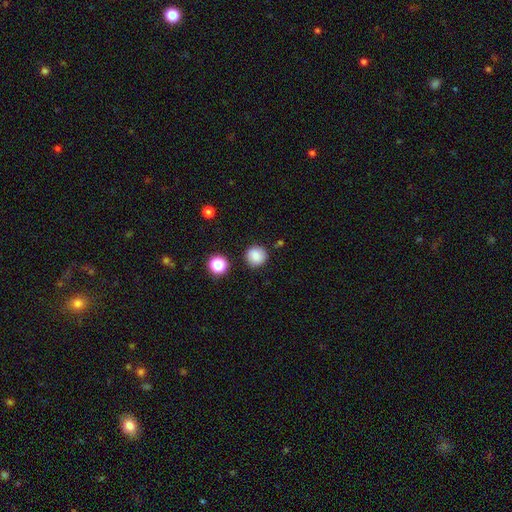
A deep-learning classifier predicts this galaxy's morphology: Smooth or featured? Predicted: smooth (p=0.83). How rounded? Predicted: round (p=0.94). Merging? Predicted: none (p=0.87).